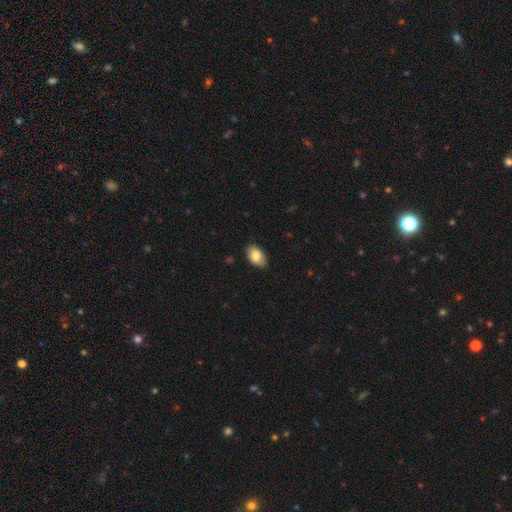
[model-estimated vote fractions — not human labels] A smooth galaxy with no disk features (82%) that is in between round and cigar-shaped (93%).

Vote fractions:
- Smooth or featured? smooth: 82% / featured or disk: 12% / star or artifact: 7%
- How rounded? in between: 93% / round: 6% / cigar-shaped: 1%
- Merging? none: 85% / minor disturbance: 12% / major disturbance: 2% / merger: 1%